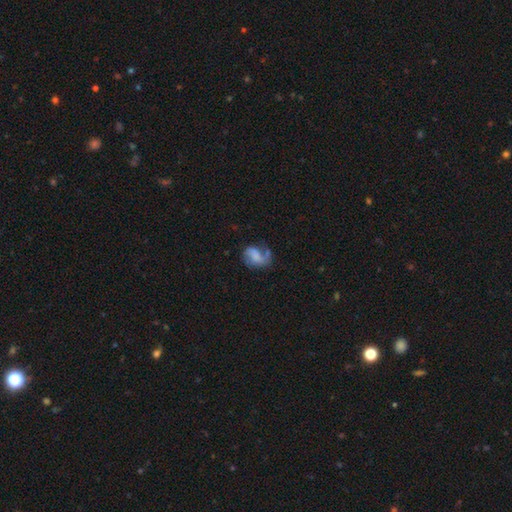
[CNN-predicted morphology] A featured or disk galaxy (51%).

Vote fractions:
- Smooth or featured? featured or disk: 51% / smooth: 39% / star or artifact: 10%
- Edge-on disk? no: 98% / yes: 2%
- Merging? none: 37% / major disturbance: 30% / minor disturbance: 25% / merger: 8%